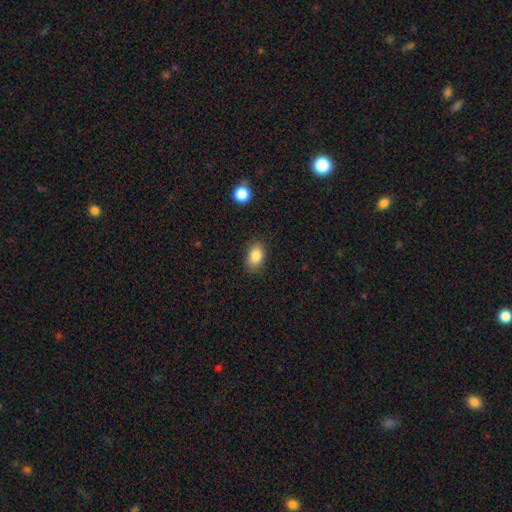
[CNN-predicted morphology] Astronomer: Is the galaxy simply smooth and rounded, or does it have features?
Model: smooth — 85%.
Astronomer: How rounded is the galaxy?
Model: in between — 84%.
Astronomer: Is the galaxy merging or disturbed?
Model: none — 83%.